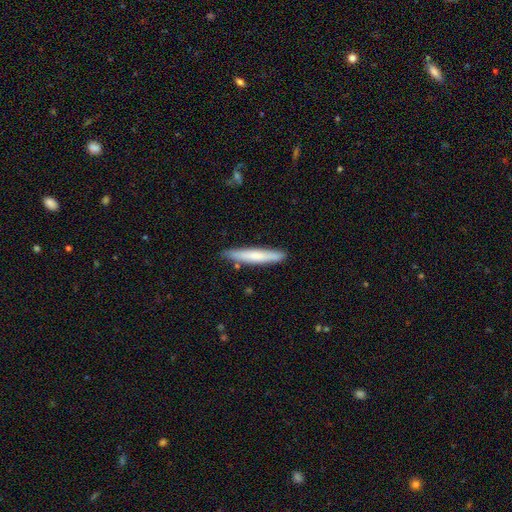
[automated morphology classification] This is likely a smooth galaxy (67%). How rounded: clearly cigar-shaped (94%). Merging: clearly none (86%).